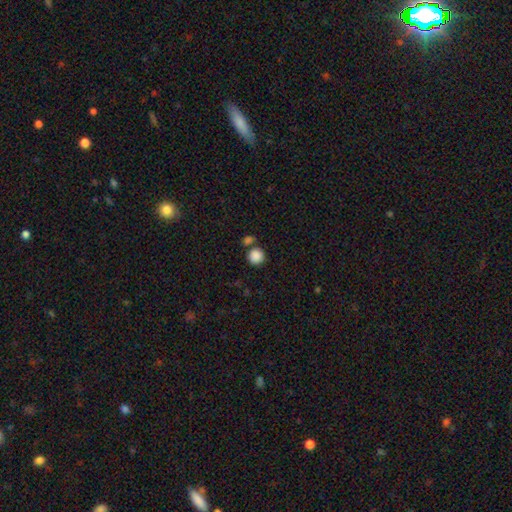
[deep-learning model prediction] A smooth galaxy with no disk features (87%) that is round (92%).

Vote fractions:
- Smooth or featured? smooth: 87% / star or artifact: 9% / featured or disk: 3%
- How rounded? round: 92% / in between: 7% / cigar-shaped: 1%
- Merging? none: 70% / merger: 18% / minor disturbance: 9% / major disturbance: 3%